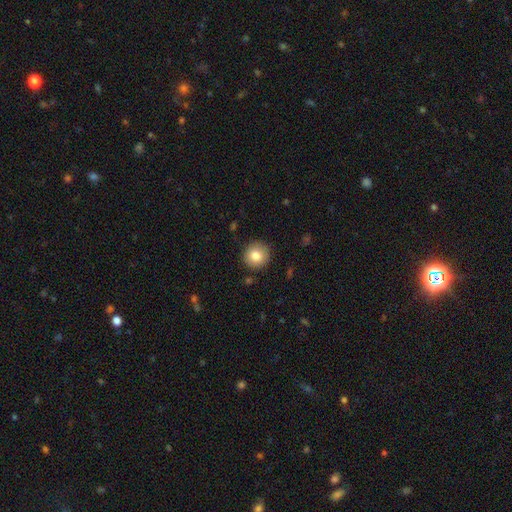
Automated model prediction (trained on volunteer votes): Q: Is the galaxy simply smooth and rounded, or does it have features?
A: smooth — 83%.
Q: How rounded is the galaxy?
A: round — 94%.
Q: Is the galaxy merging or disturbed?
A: none — 89%.